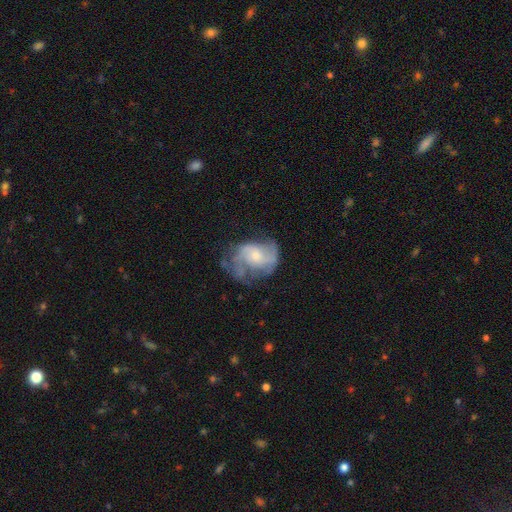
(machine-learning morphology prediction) Q: Smooth or featured?
A: featured or disk (73%); runner-up: smooth (20%)
Q: Edge-on disk?
A: no (98%); runner-up: yes (2%)
Q: Bar?
A: no (66%); runner-up: weak (29%)
Q: Spiral arms?
A: yes (85%); runner-up: no (15%)
Q: Spiral winding?
A: medium (45%); runner-up: loose (33%)
Q: Spiral arm count?
A: 2 (54%); runner-up: can't tell (21%)
Q: Bulge size?
A: small (46%); runner-up: moderate (40%)
Q: Merging?
A: none (45%); runner-up: major disturbance (27%)